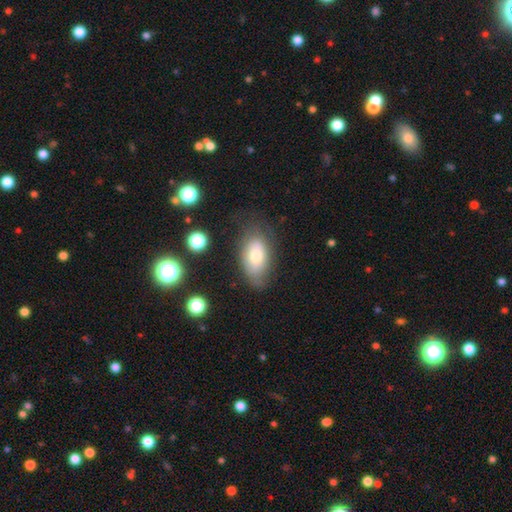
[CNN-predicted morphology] The model was most divided on "merging": none: 64%, minor disturbance: 24%, major disturbance: 10%, merger: 2%. More confident: how rounded — in between (92%); smooth or featured — smooth (67%).